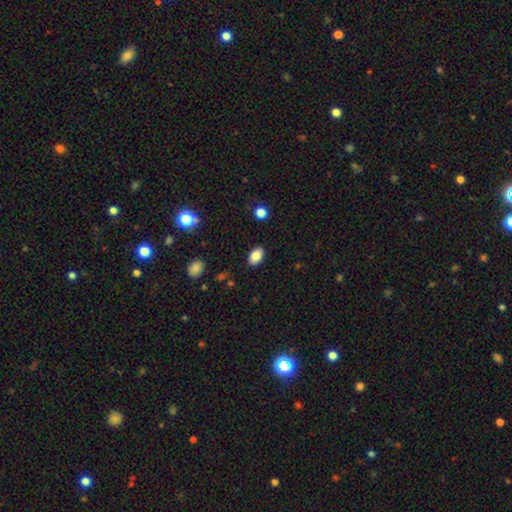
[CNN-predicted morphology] smooth 85%, star or artifact 8%, featured or disk 7%. Down the decision tree: how rounded — in between (90%); merging — none (88%).